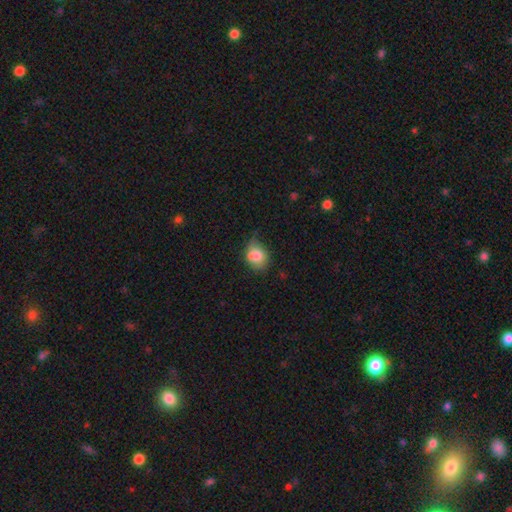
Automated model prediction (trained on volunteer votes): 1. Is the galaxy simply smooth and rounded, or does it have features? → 79% smooth, 12% featured or disk, 9% star or artifact.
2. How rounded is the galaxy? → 52% in between, 47% round, 1% cigar-shaped.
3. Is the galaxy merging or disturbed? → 46% none, 38% minor disturbance, 11% major disturbance, 5% merger.